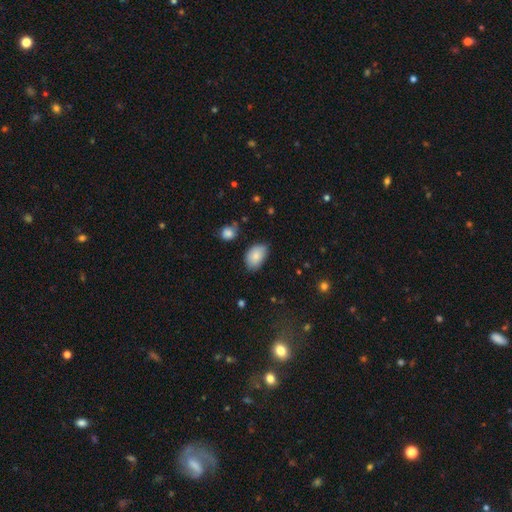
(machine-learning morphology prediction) Overall: smooth (84%). How rounded: in between (89%). Merging: none (66%; minor disturbance 27%).